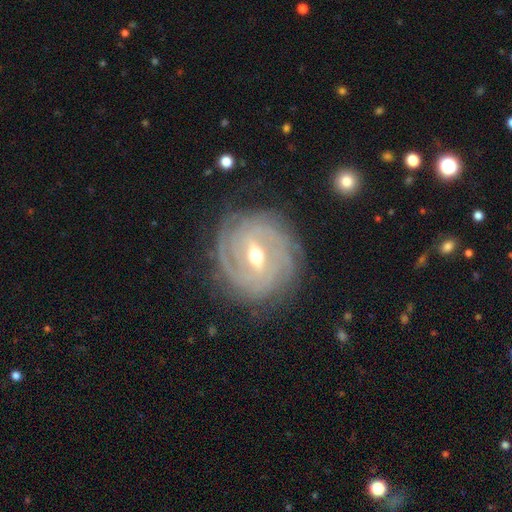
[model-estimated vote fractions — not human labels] Smooth or featured? Predicted: featured or disk (p=0.90). Edge-on disk? Predicted: no (p=0.97). Bar? Predicted: weak (p=0.45). Spiral arms? Predicted: yes (p=0.97). Spiral winding? Predicted: tight (p=0.83). Spiral arm count? Predicted: can't tell (p=0.26). Bulge size? Predicted: moderate (p=0.62). Merging? Predicted: none (p=0.83).